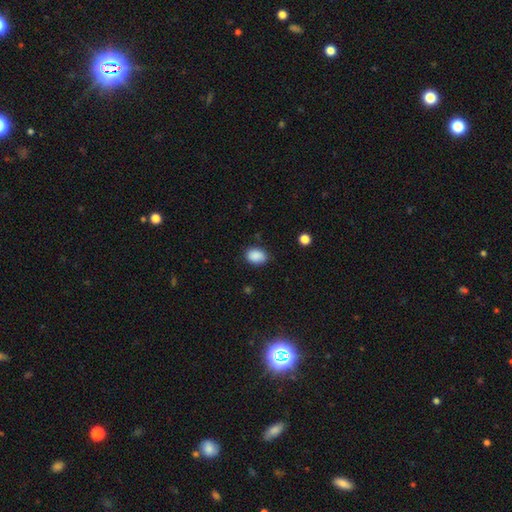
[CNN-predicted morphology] smooth_or_featured: smooth (p=0.89) [alt: star or artifact p=0.08]
how_rounded: in between (p=0.79) [alt: round p=0.20]
merging: none (p=0.77) [alt: minor disturbance p=0.18]